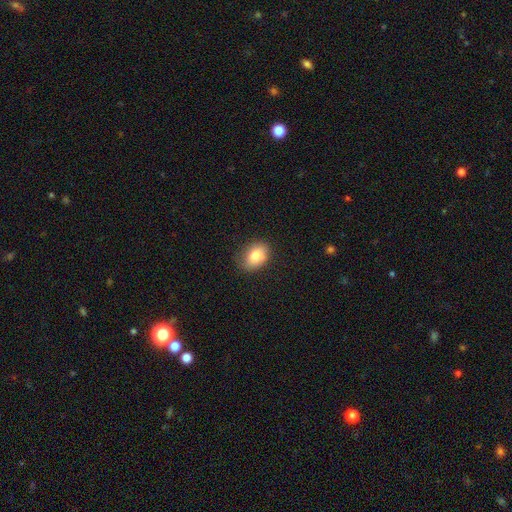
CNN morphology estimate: Smooth or featured? smooth (82%)
How rounded? in between (75%)
Merging? none (79%)